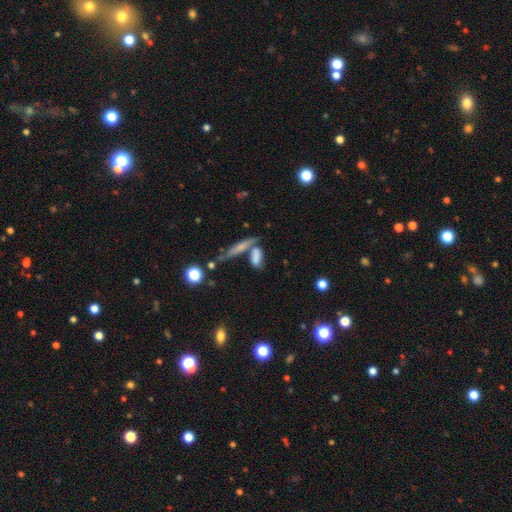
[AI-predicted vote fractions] This is likely a smooth galaxy (71%). How rounded: possibly in between (57%). Merging: marginally none (43%).